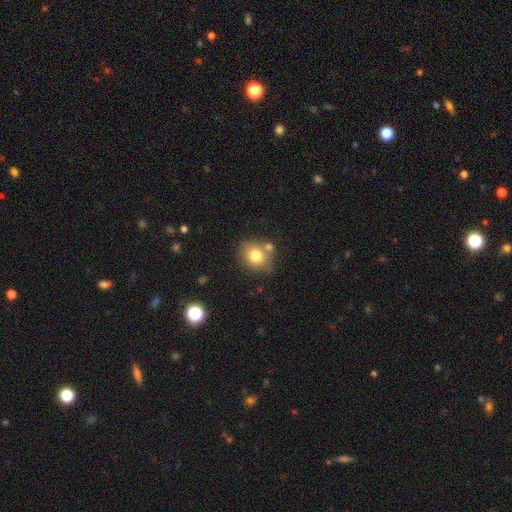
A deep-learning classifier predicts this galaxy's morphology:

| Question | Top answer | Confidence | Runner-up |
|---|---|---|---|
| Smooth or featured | smooth | 78% | featured or disk (12%) |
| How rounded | round | 68% | in between (31%) |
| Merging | none | 66% | merger (15%) |